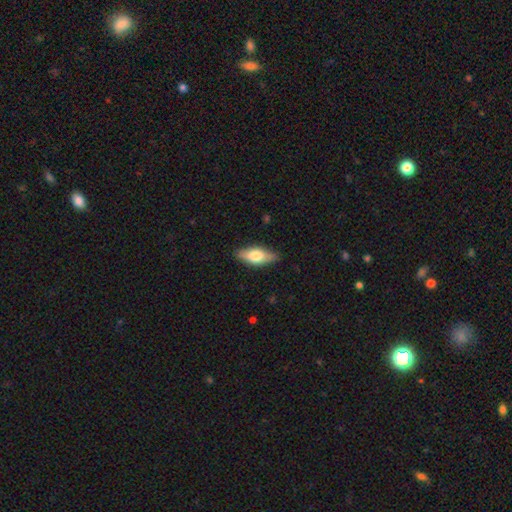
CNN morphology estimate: The model was most divided on "smooth or featured": smooth: 66%, featured or disk: 27%, star or artifact: 6%. More confident: merging — none (83%); how rounded — in between (77%).